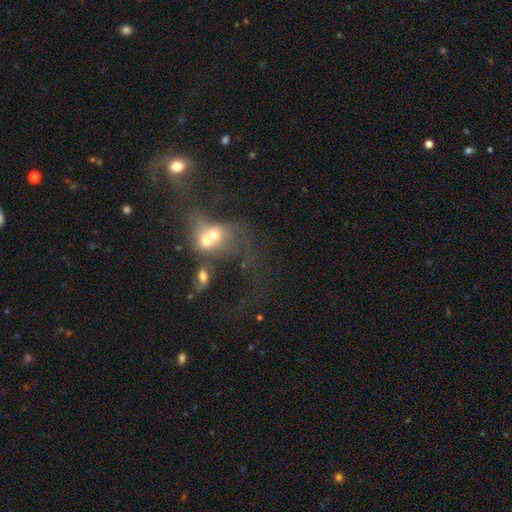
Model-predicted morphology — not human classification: This is possibly a featured or disk galaxy (54%). It is clearly not viewed edge-on (94%). Bar: likely no (63%). Spiral arm pattern: possibly yes (60%). Central bulge: possibly moderate (49%). Merging: likely merger (75%).